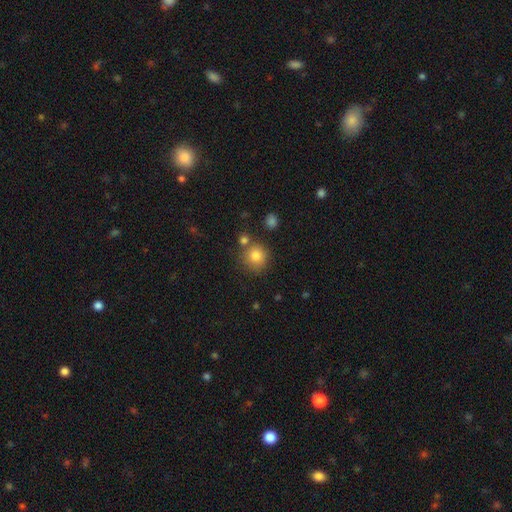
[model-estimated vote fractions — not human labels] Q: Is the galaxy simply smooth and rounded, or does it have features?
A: smooth — 81%.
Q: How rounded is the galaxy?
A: round — 90%.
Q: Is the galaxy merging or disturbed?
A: none — 72%.